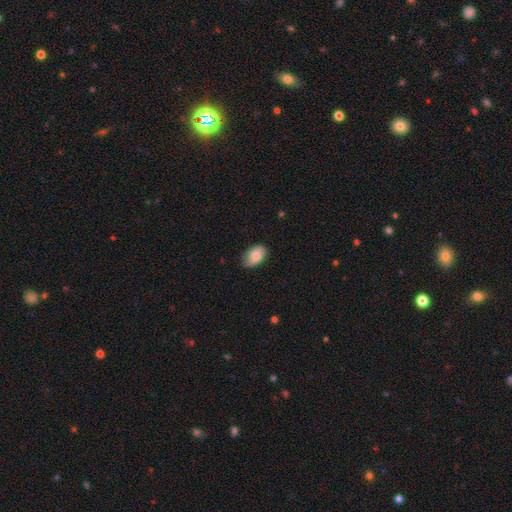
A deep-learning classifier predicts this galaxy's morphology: type=smooth (77%); roundness=in between (90%); merging=none (65%).